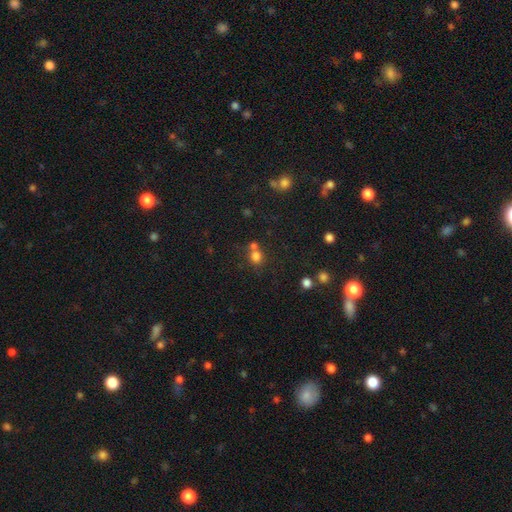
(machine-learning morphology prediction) smooth 76%, star or artifact 16%, featured or disk 7%. Down the decision tree: how rounded — round (83%); merging — none (53%).